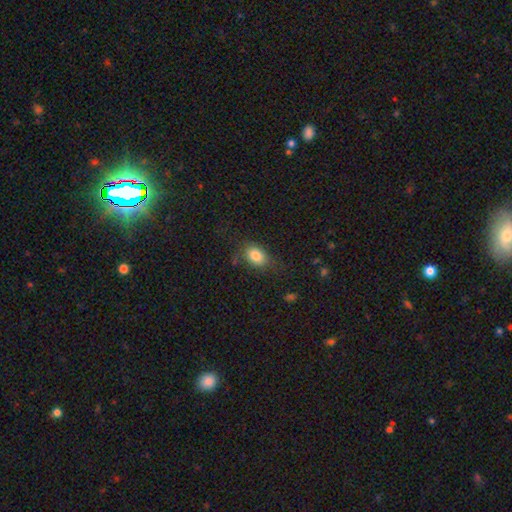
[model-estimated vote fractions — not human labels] This is clearly a smooth galaxy (82%). How rounded: likely in between (78%). Merging: likely none (70%).